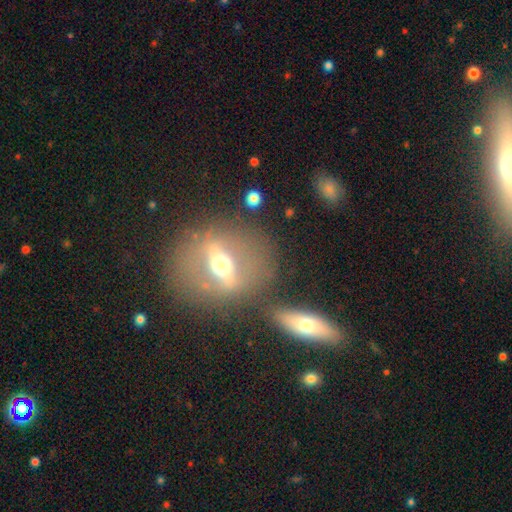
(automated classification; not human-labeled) Overall: featured or disk (66%). Edge-on disk: no (59%; yes 41%). Merging: none (69%).